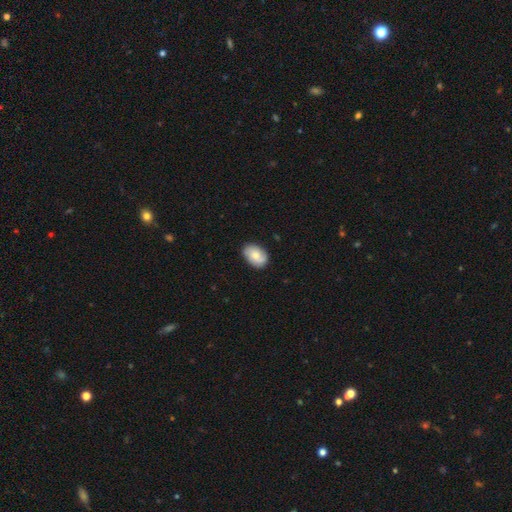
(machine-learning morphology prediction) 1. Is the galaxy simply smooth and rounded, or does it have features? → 70% smooth, 23% featured or disk, 7% star or artifact.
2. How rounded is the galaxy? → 82% in between, 17% round, 1% cigar-shaped.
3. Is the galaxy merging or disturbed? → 81% none, 15% minor disturbance, 3% major disturbance, 1% merger.